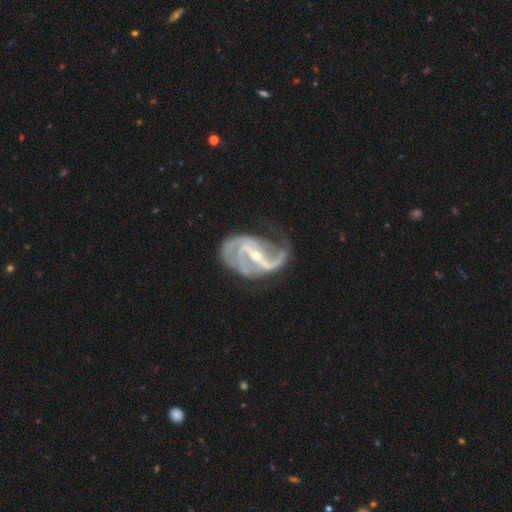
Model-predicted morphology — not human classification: Q: Smooth or featured?
A: featured or disk (92%); runner-up: star or artifact (4%)
Q: Edge-on disk?
A: no (97%); runner-up: yes (3%)
Q: Bar?
A: strong (64%); runner-up: weak (28%)
Q: Spiral arms?
A: yes (96%); runner-up: no (4%)
Q: Spiral winding?
A: medium (44%); runner-up: loose (38%)
Q: Spiral arm count?
A: 2 (67%); runner-up: 3 (11%)
Q: Bulge size?
A: small (65%); runner-up: moderate (32%)
Q: Merging?
A: none (44%); runner-up: major disturbance (28%)